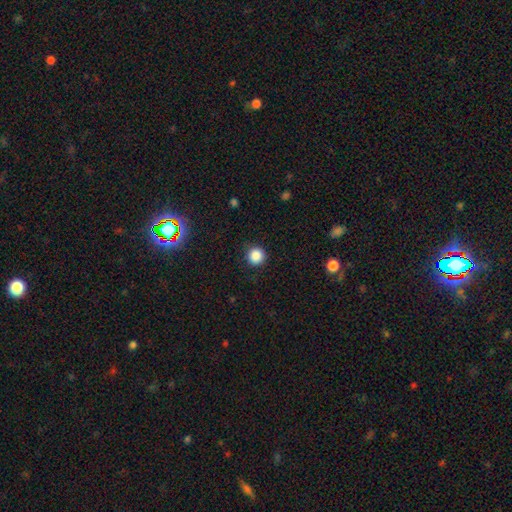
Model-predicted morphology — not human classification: A smooth galaxy with no disk features (87%) that is round (95%).

Vote fractions:
- Smooth or featured? smooth: 87% / star or artifact: 11% / featured or disk: 3%
- How rounded? round: 95% / in between: 4% / cigar-shaped: 1%
- Merging? none: 90% / minor disturbance: 7% / major disturbance: 2% / merger: 1%